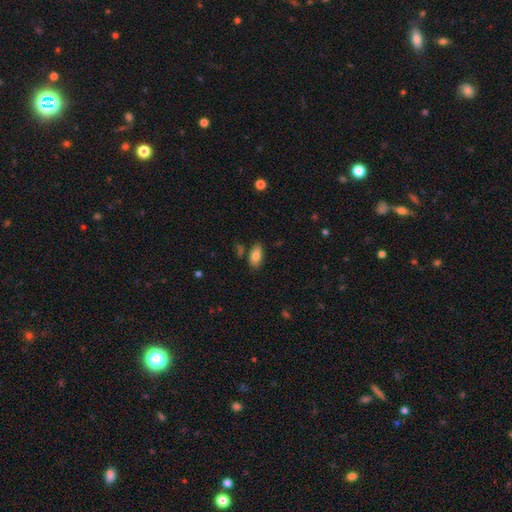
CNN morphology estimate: smooth-or-featured: smooth: 82% | featured or disk: 10% | star or artifact: 7%
  how-rounded: in between: 91% | cigar-shaped: 6% | round: 3%
  merging: none: 80% | minor disturbance: 13% | merger: 5% | major disturbance: 3%